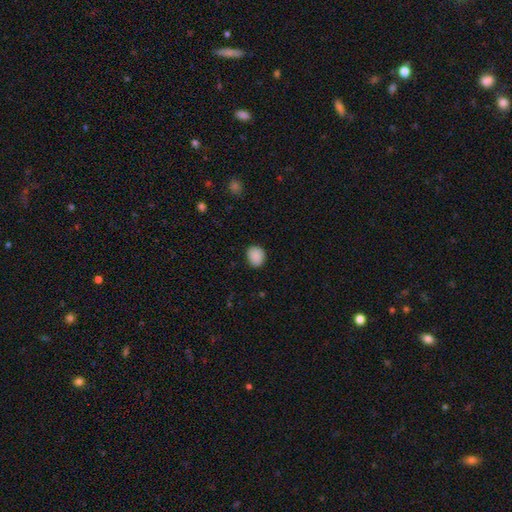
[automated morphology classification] The model was most divided on "how rounded": round: 62%, in between: 38%, cigar-shaped: 1%. More confident: smooth or featured — smooth (88%); merging — none (84%).